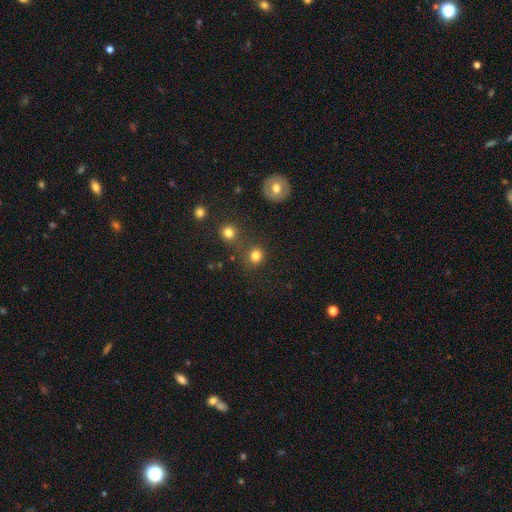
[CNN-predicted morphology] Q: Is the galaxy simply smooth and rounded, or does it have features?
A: smooth — 81%.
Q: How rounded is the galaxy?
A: round — 89%.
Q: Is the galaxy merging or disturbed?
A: none — 76%.